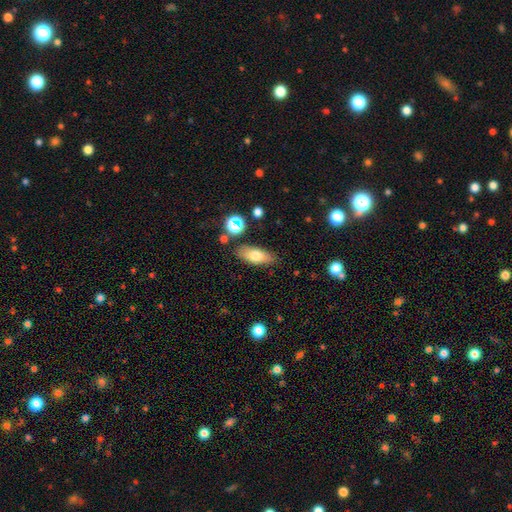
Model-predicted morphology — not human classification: Smooth or featured? Predicted: smooth (p=0.72). How rounded? Predicted: in between (p=0.76). Merging? Predicted: none (p=0.82).